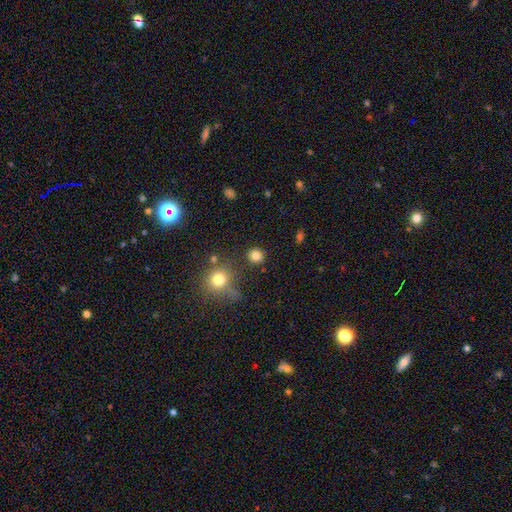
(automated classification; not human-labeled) The model was most divided on "smooth or featured": smooth: 83%, star or artifact: 13%, featured or disk: 5%. More confident: how rounded — round (88%); merging — none (86%).